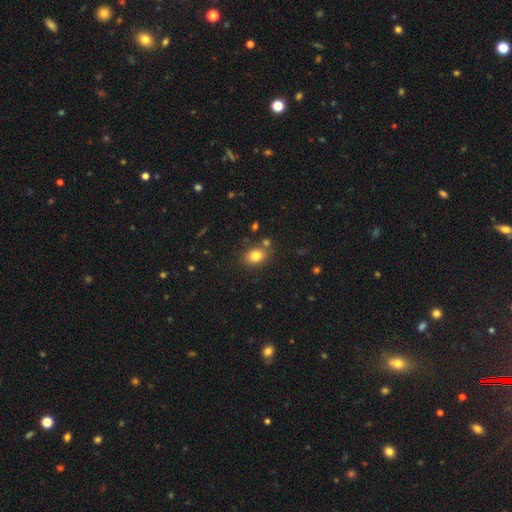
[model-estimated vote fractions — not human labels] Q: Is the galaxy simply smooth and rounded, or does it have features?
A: smooth — 81%.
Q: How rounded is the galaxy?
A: in between — 50%.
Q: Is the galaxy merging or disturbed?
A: none — 76%.